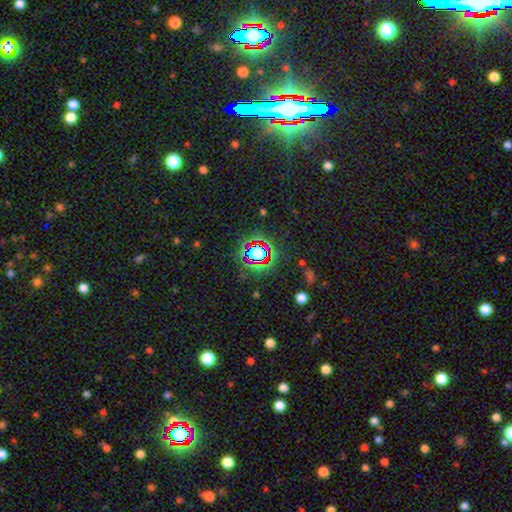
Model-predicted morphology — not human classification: star or artifact 68%, smooth 21%, featured or disk 12%.